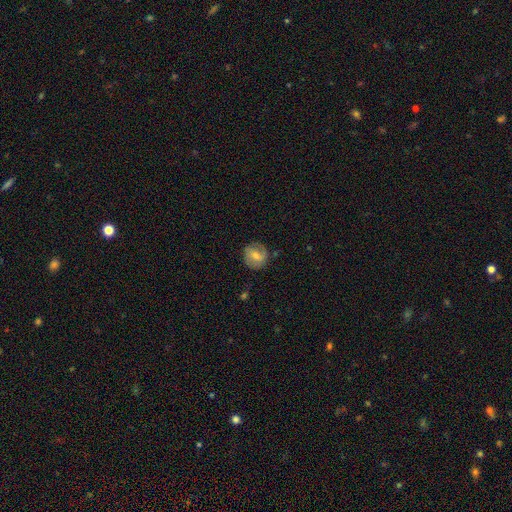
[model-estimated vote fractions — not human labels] This appears to be a featured or disk galaxy (52%) with a weak bar (47%), spiral arms (77%) and a moderate central bulge (59%). Merging: none (80%).